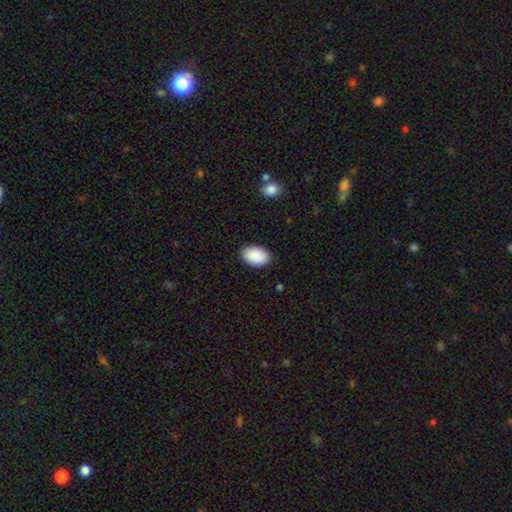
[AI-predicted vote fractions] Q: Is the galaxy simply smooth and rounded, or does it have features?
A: smooth — 91%.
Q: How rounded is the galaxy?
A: in between — 90%.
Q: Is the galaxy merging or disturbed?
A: none — 89%.